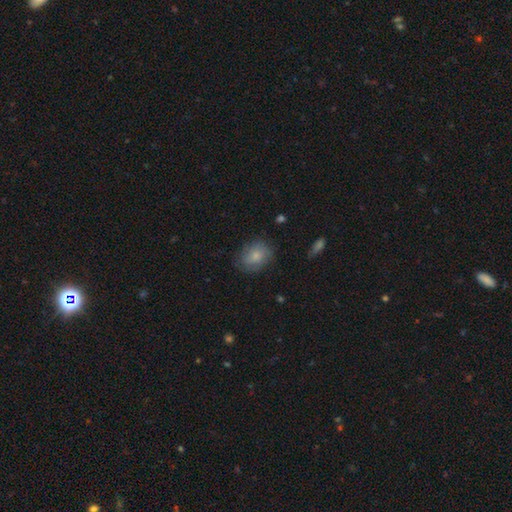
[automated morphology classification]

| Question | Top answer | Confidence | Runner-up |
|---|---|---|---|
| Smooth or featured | smooth | 76% | featured or disk (16%) |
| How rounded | in between | 51% | round (48%) |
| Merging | none | 75% | minor disturbance (18%) |